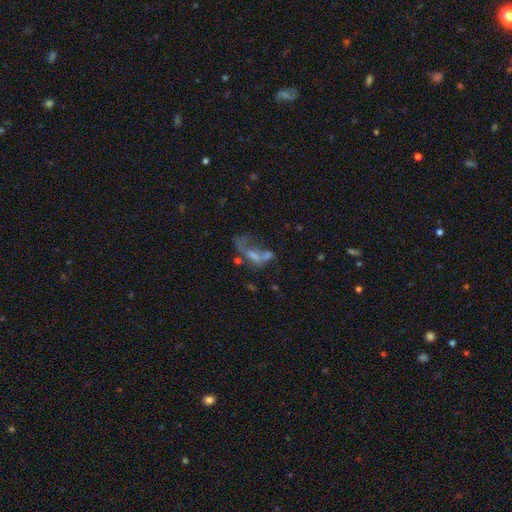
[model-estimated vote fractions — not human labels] smooth_or_featured: featured or disk (p=0.46) [alt: smooth p=0.34]
merging: major disturbance (p=0.42) [alt: merger p=0.28]